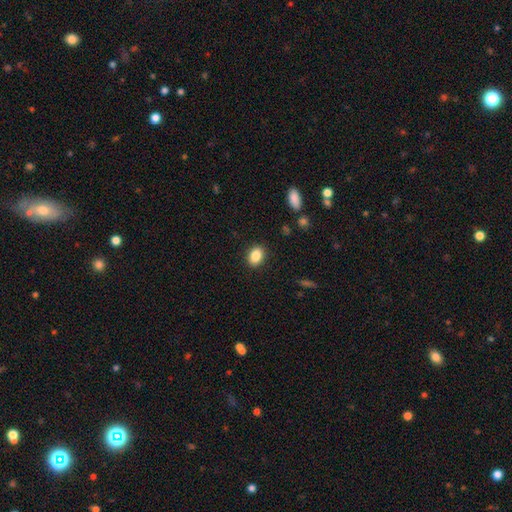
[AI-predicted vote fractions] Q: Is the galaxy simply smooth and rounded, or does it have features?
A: smooth — 86%.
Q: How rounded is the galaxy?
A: in between — 73%.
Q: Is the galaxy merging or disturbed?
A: none — 89%.